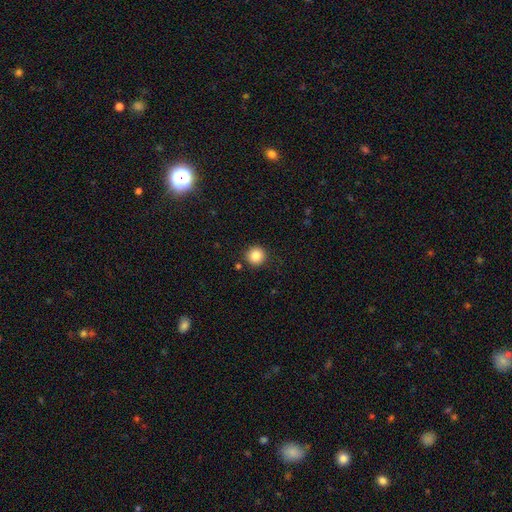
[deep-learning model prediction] Q: Smooth or featured?
A: smooth (84%); runner-up: star or artifact (11%)
Q: How rounded?
A: round (95%); runner-up: in between (4%)
Q: Merging?
A: none (90%); runner-up: minor disturbance (6%)